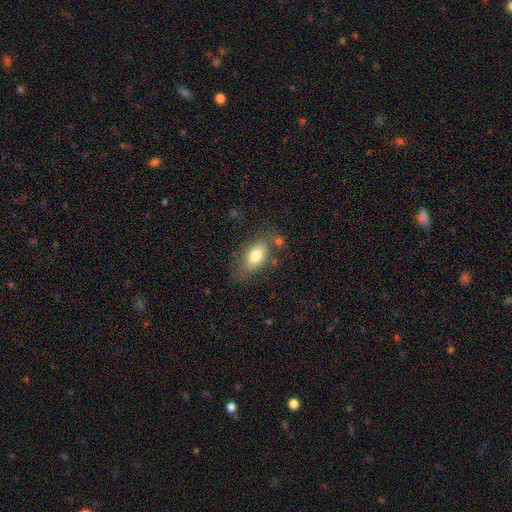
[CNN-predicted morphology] Smooth or featured? Predicted: smooth (p=0.75). How rounded? Predicted: in between (p=0.86). Merging? Predicted: none (p=0.68).